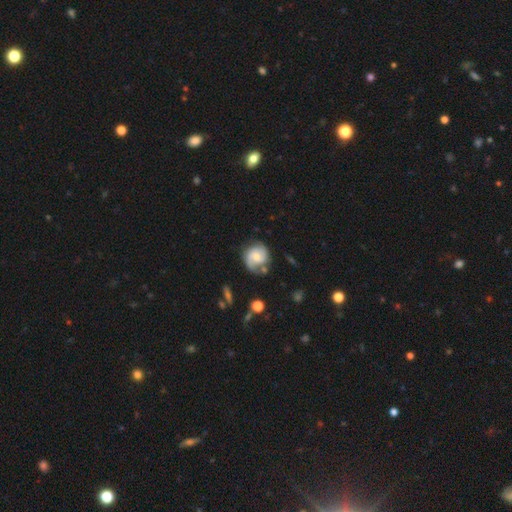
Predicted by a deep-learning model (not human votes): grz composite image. It shows a featured or disk galaxy (71%) with no bar (56%), 2 (73%) medium (42%) spiral arms (93%) and a moderate central bulge (45%). Merging: none (64%).